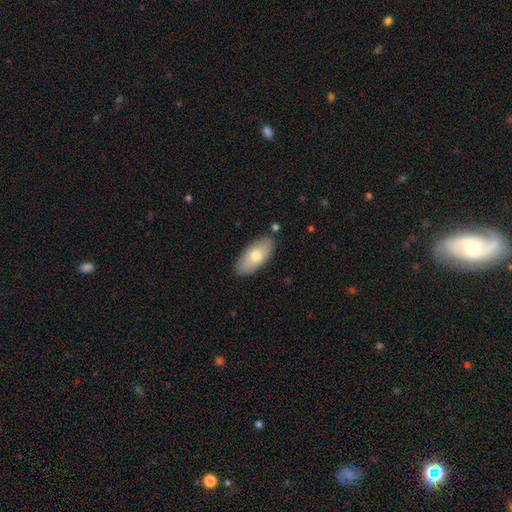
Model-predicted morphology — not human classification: A smooth galaxy with no disk features (73%) that is in between round and cigar-shaped (89%). Merging: none (83%).